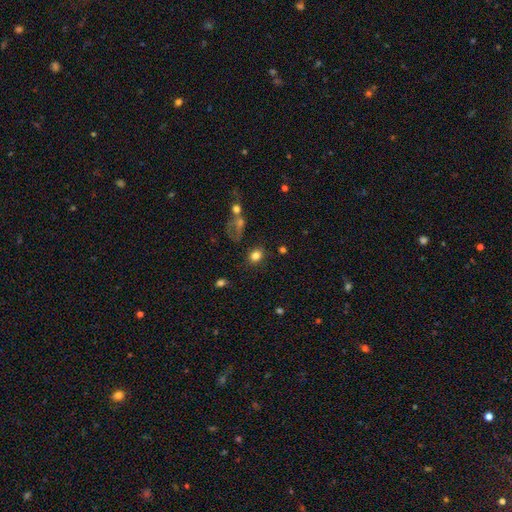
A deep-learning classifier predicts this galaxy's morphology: Q: Smooth or featured?
A: smooth (81%); runner-up: star or artifact (11%)
Q: How rounded?
A: round (57%); runner-up: in between (41%)
Q: Merging?
A: none (75%); runner-up: minor disturbance (13%)